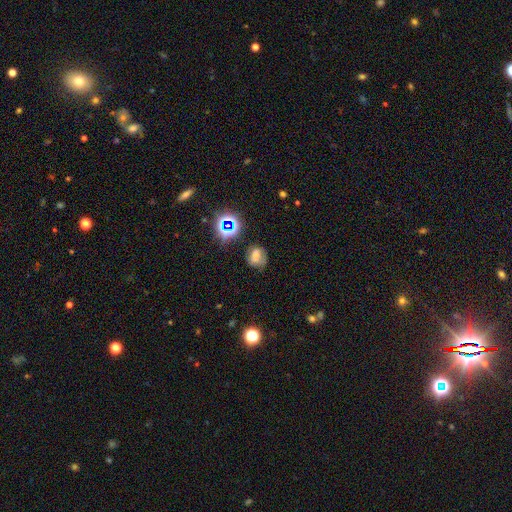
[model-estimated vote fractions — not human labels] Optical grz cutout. It shows a smooth galaxy with no disk features (55%) that is round (59%). Merging: none (64%).